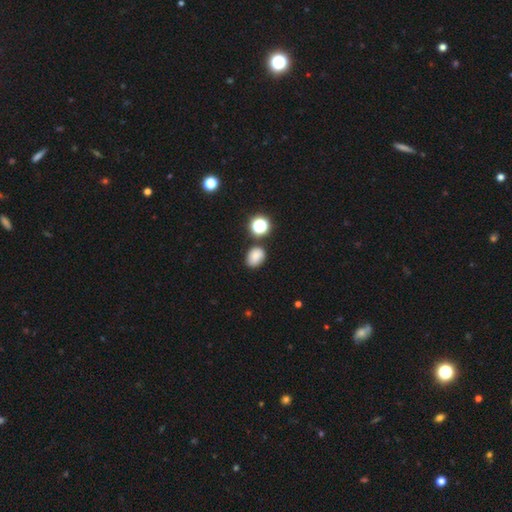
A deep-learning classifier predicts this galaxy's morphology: The model was most divided on "how rounded": in between: 63%, round: 36%, cigar-shaped: 1%. More confident: smooth or featured — smooth (80%); merging — none (76%).